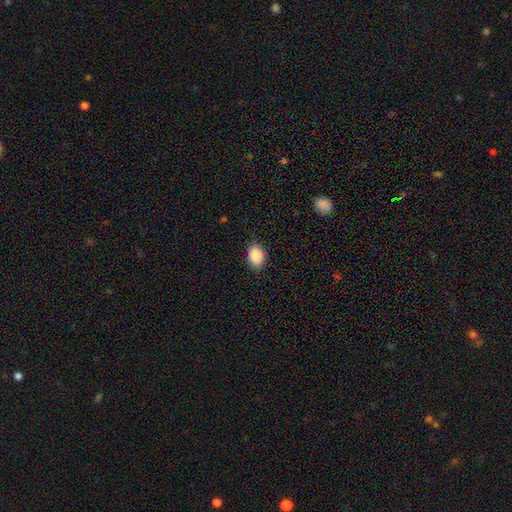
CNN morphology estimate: Q: Smooth or featured?
A: smooth (89%); runner-up: star or artifact (7%)
Q: How rounded?
A: in between (77%); runner-up: round (22%)
Q: Merging?
A: none (86%); runner-up: minor disturbance (11%)